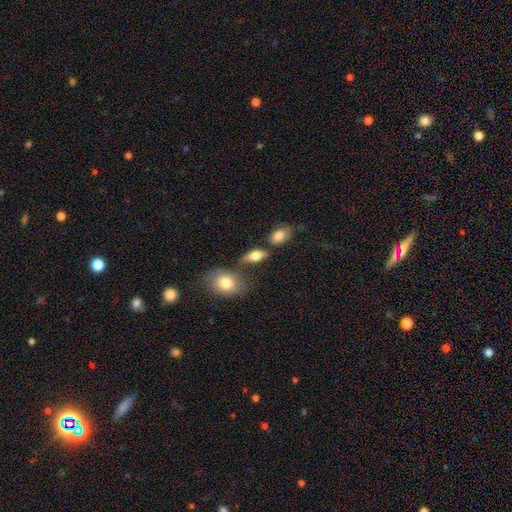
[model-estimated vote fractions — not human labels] Q: Smooth or featured?
A: smooth (72%); runner-up: featured or disk (20%)
Q: How rounded?
A: in between (81%); runner-up: cigar-shaped (10%)
Q: Merging?
A: none (58%); runner-up: minor disturbance (19%)